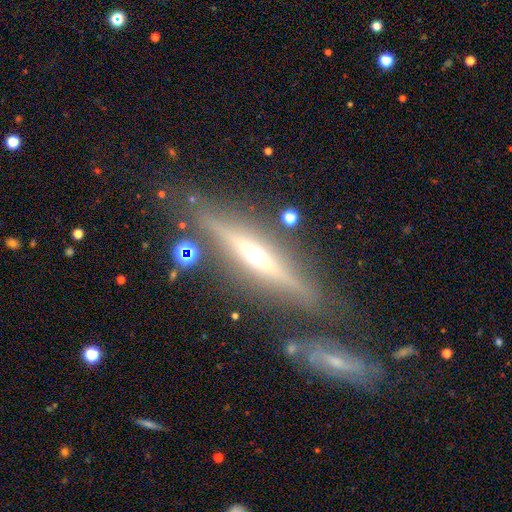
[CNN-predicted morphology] This is likely a featured or disk galaxy (77%). It is clearly viewed edge-on (94%). Edge-on bulge: clearly rounded (85%). Merging: likely none (76%).